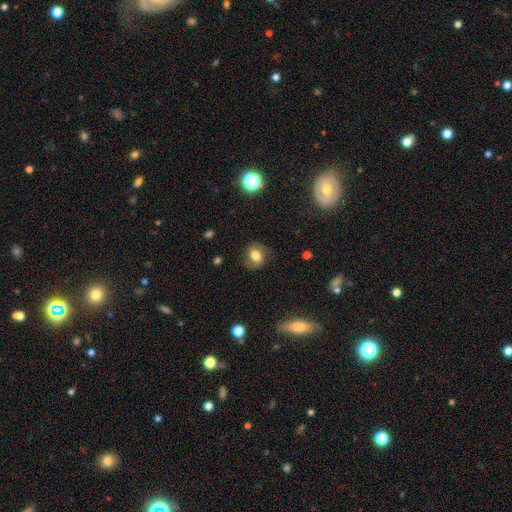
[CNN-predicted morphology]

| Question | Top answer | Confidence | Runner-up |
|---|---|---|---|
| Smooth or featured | smooth | 66% | featured or disk (23%) |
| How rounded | round | 54% | in between (44%) |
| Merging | none | 77% | minor disturbance (15%) |